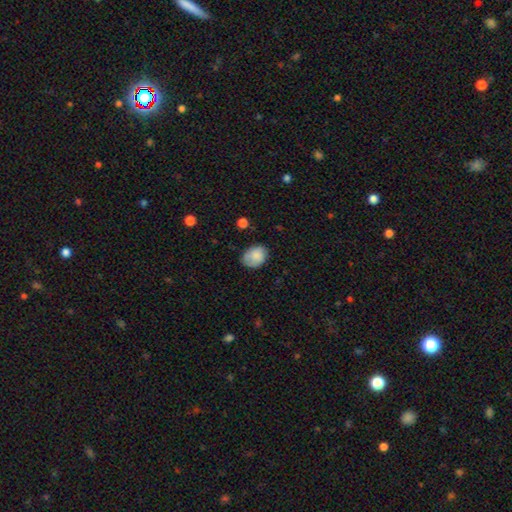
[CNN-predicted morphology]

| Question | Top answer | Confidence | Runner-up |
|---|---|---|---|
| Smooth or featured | smooth | 82% | featured or disk (10%) |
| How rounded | in between | 54% | round (45%) |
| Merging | none | 68% | minor disturbance (25%) |